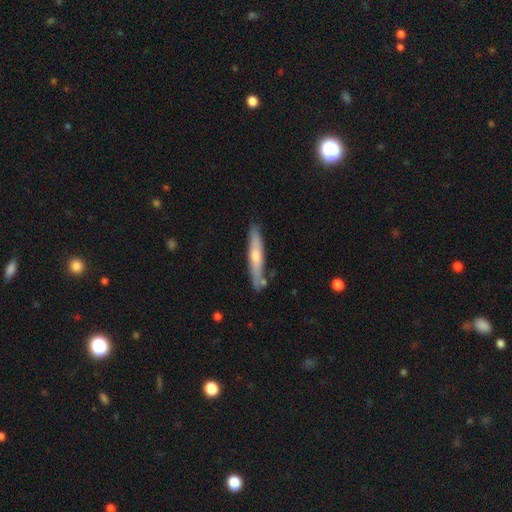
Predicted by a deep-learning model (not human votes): Smooth or featured? Predicted: smooth (p=0.50). How rounded? Predicted: cigar-shaped (p=0.91). Merging? Predicted: none (p=0.80).